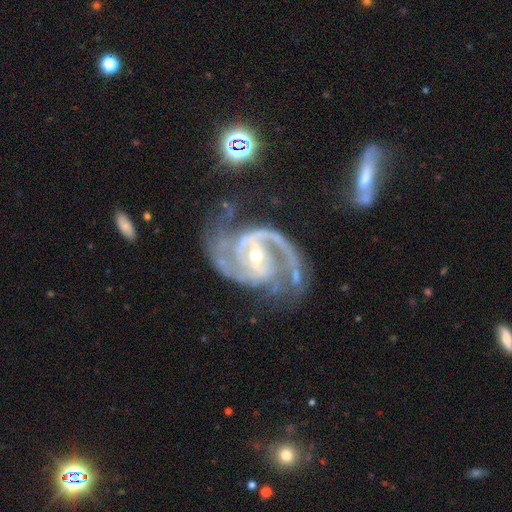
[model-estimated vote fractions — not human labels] Overall: featured or disk (93%). Edge-on disk: no (98%). Bar: weak (40%; strong 38%). Spiral arms: yes (98%). Spiral arm count: 2 (87%). Spiral winding: medium (60%; tight 27%). Bulge size: small (54%; moderate 43%). Merging: none (61%).